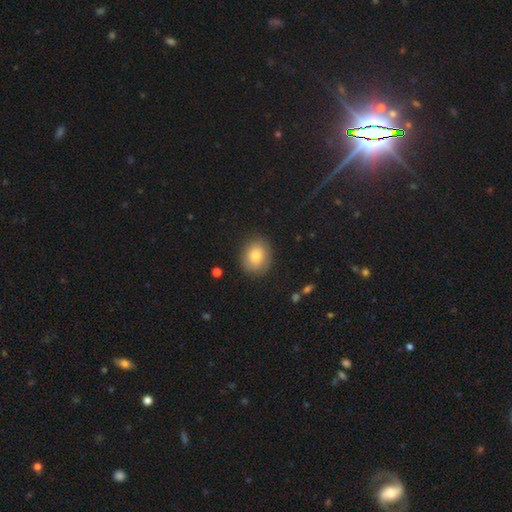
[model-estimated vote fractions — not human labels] Smooth or featured? Predicted: smooth (p=0.77). How rounded? Predicted: round (p=0.58). Merging? Predicted: none (p=0.82).